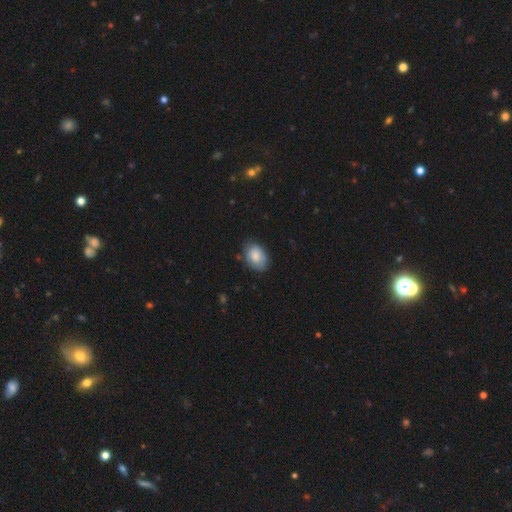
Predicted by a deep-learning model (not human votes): smooth 82%, featured or disk 11%, star or artifact 7%. Down the decision tree: how rounded — in between (81%); merging — none (72%).